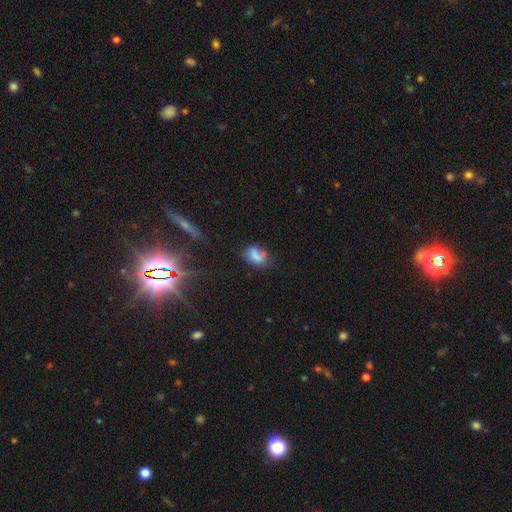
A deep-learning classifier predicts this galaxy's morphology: type=smooth (67%); roundness=in between (78%); merging=none (48%).